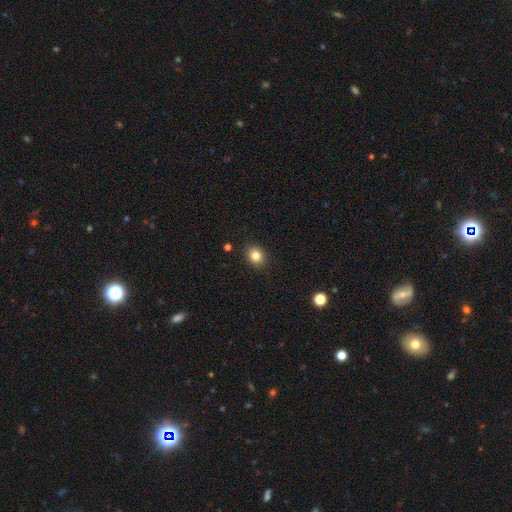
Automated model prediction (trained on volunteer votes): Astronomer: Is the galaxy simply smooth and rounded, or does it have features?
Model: smooth — 83%.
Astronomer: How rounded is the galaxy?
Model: round — 64%.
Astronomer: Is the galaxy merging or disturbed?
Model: none — 89%.